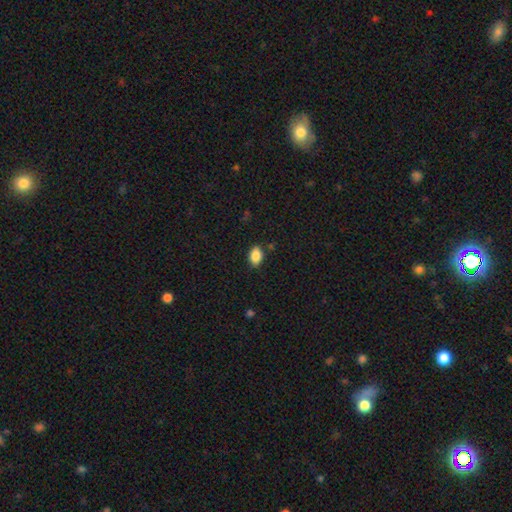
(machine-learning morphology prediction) smooth 87%, star or artifact 8%, featured or disk 5%. Down the decision tree: how rounded — in between (87%); merging — none (84%).